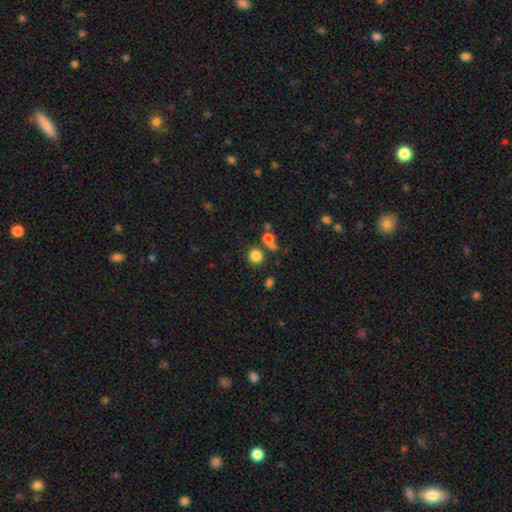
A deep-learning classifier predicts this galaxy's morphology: Smooth or featured?
  - smooth: 81% *
  - star or artifact: 13%
  - featured or disk: 6%
How rounded?
  - round: 88% *
  - in between: 11%
  - cigar-shaped: 1%
Merging?
  - none: 72% *
  - merger: 15%
  - minor disturbance: 9%
  - major disturbance: 4%